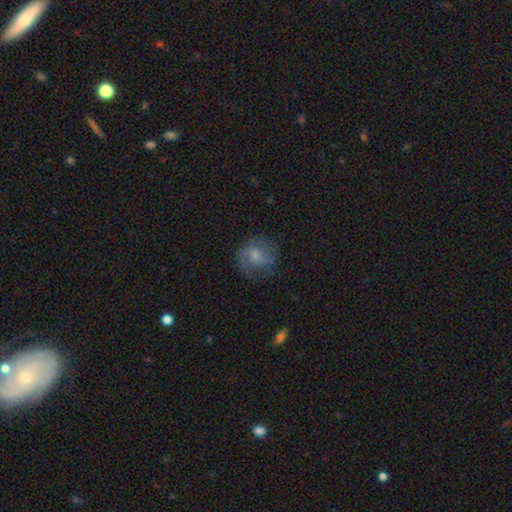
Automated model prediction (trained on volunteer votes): This appears to be a smooth galaxy with no disk features (49%). Merging: none (66%).